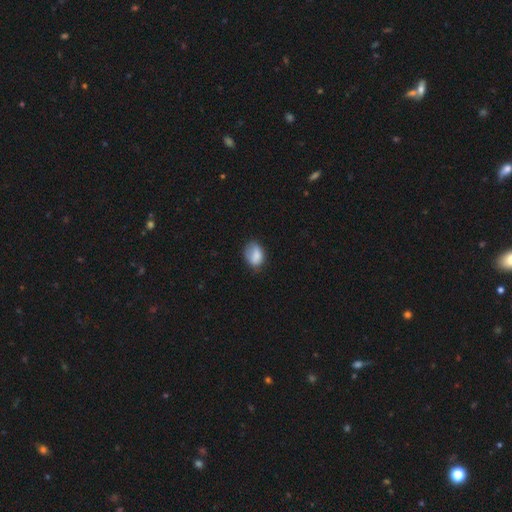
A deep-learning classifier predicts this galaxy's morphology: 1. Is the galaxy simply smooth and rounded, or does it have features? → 80% smooth, 11% featured or disk, 8% star or artifact.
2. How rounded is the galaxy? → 74% in between, 25% round, 1% cigar-shaped.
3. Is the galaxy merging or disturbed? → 56% none, 32% minor disturbance, 10% major disturbance, 2% merger.